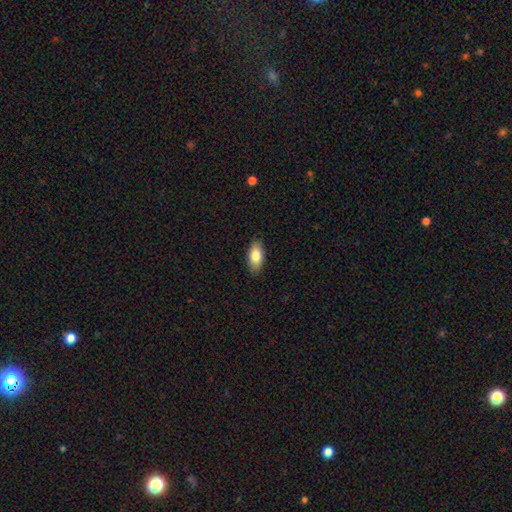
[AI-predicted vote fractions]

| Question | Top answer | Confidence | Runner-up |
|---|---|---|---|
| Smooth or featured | smooth | 82% | featured or disk (12%) |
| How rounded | in between | 89% | cigar-shaped (7%) |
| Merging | none | 88% | minor disturbance (10%) |